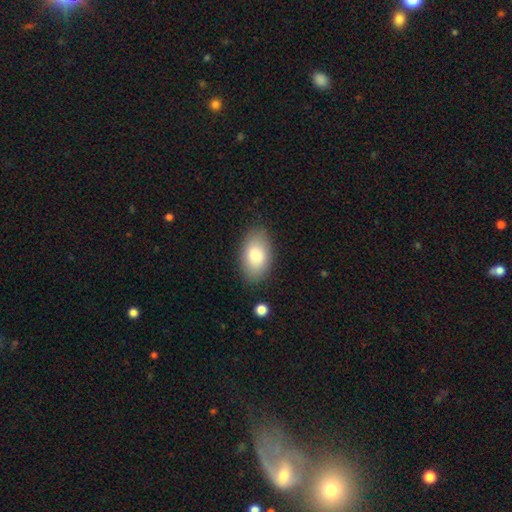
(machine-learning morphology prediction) This appears to be a smooth galaxy with no disk features (84%) that is in between round and cigar-shaped (93%). Merging: none (82%).